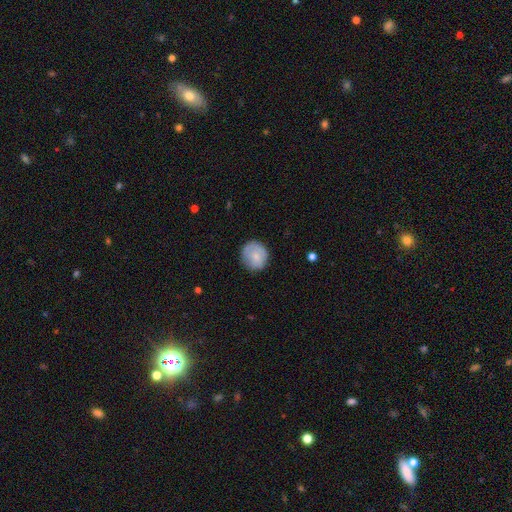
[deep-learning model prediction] Smooth or featured: smooth — 72% (featured or disk — 21%)
How rounded: round — 86% (in between — 13%)
Merging: none — 76% (minor disturbance — 18%)